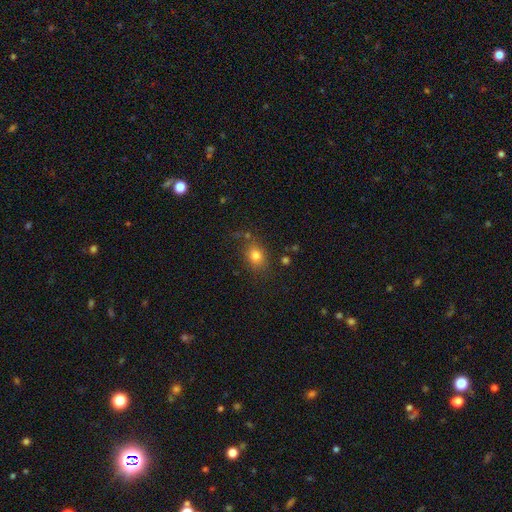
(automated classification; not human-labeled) This appears to be a smooth galaxy with no disk features (79%) that is in between round and cigar-shaped (51%). Merging: none (76%).